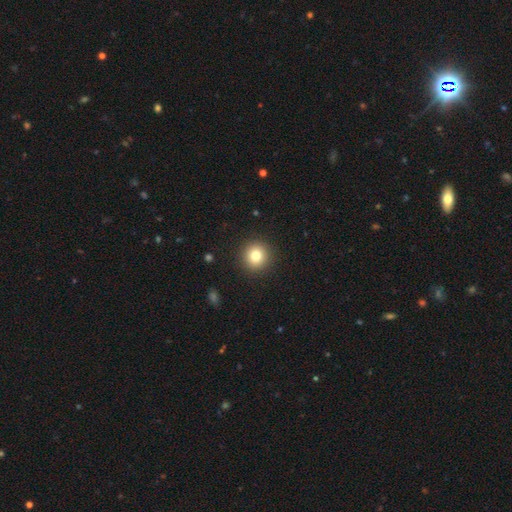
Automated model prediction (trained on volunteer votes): smooth-or-featured: smooth: 80% | star or artifact: 11% | featured or disk: 9%
  how-rounded: round: 94% | in between: 5% | cigar-shaped: 1%
  merging: none: 92% | minor disturbance: 5% | major disturbance: 2% | merger: 1%